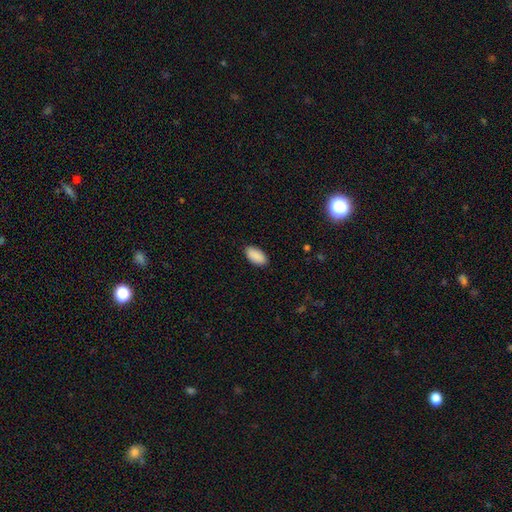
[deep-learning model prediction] Smooth or featured? smooth (91%)
How rounded? in between (95%)
Merging? none (88%)